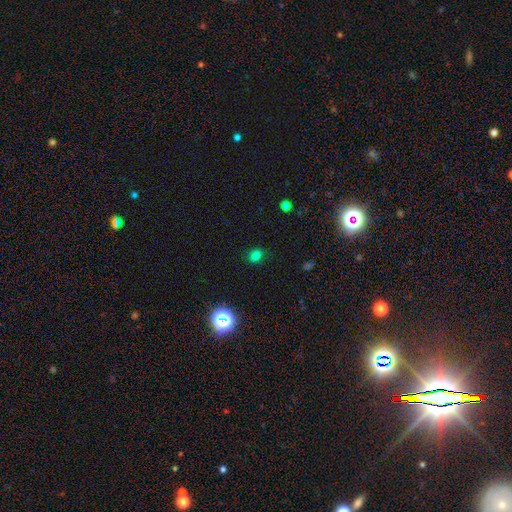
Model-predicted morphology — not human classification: smooth 74%, star or artifact 22%, featured or disk 5%. Down the decision tree: how rounded — round (55%); merging — none (86%).